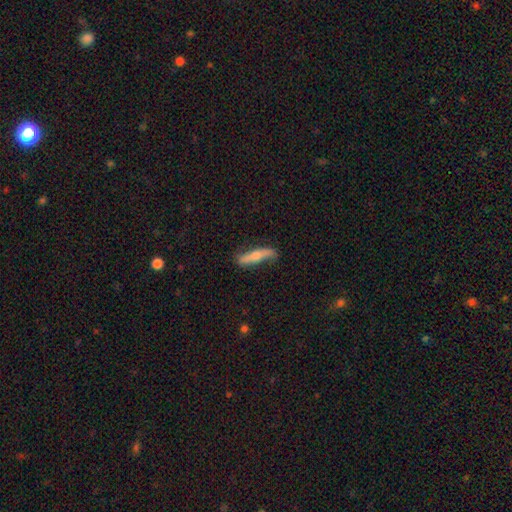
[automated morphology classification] type=smooth (49%); merging=none (74%).